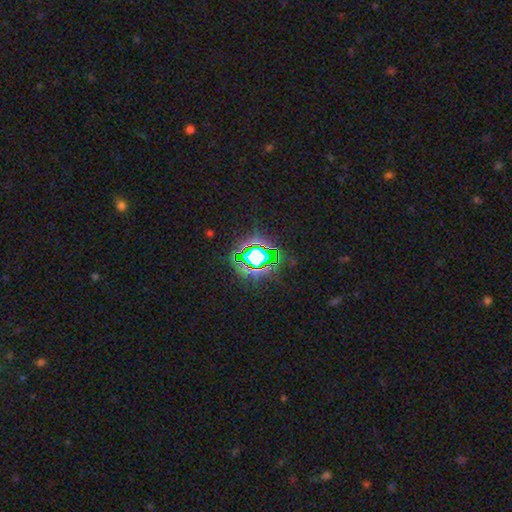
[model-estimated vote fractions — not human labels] Overall: star or artifact (71%).